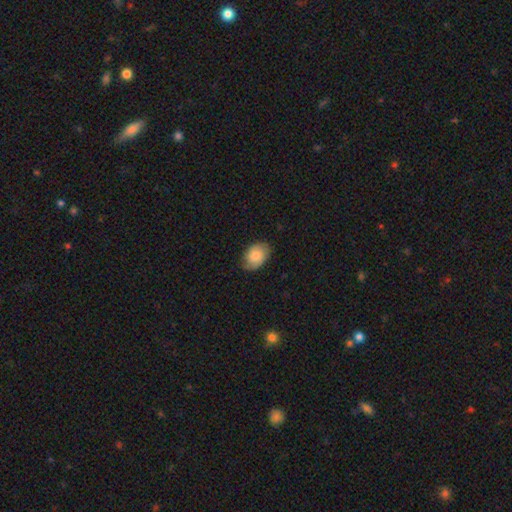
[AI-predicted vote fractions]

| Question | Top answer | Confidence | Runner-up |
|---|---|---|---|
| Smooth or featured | smooth | 61% | featured or disk (32%) |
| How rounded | in between | 82% | round (17%) |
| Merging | none | 78% | minor disturbance (17%) |